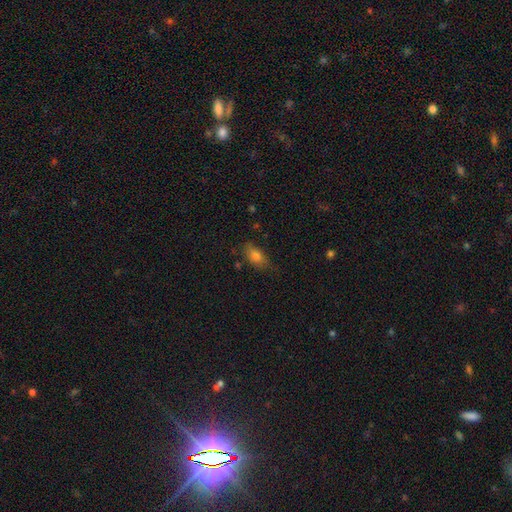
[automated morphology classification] smooth 78%, featured or disk 12%, star or artifact 10%. Down the decision tree: how rounded — in between (85%); merging — none (71%).